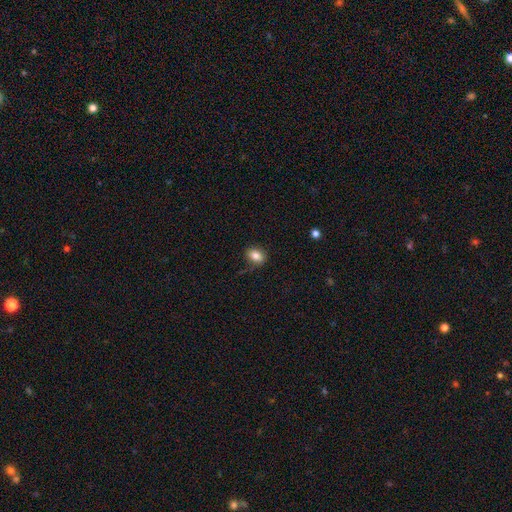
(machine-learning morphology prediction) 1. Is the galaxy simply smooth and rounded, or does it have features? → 83% smooth, 9% star or artifact, 7% featured or disk.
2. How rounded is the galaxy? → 72% in between, 27% round, 1% cigar-shaped.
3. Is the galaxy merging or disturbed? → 80% none, 15% minor disturbance, 4% major disturbance, 2% merger.